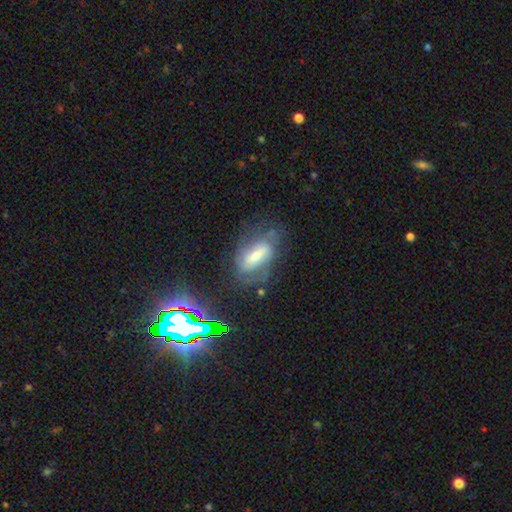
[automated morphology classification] Smooth or featured?
  - featured or disk: 52% *
  - smooth: 31%
  - star or artifact: 17%
Edge-on disk?
  - no: 83% *
  - yes: 17%
Merging?
  - none: 61% *
  - minor disturbance: 22%
  - major disturbance: 15%
  - merger: 3%